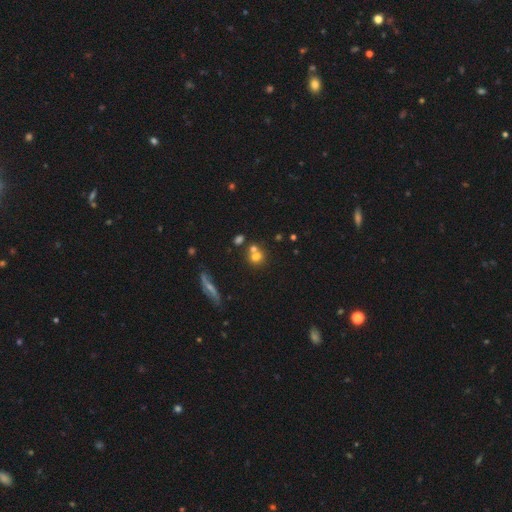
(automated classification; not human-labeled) This appears to be a smooth galaxy with no disk features (65%) that is round (73%). Merging: none (46%).